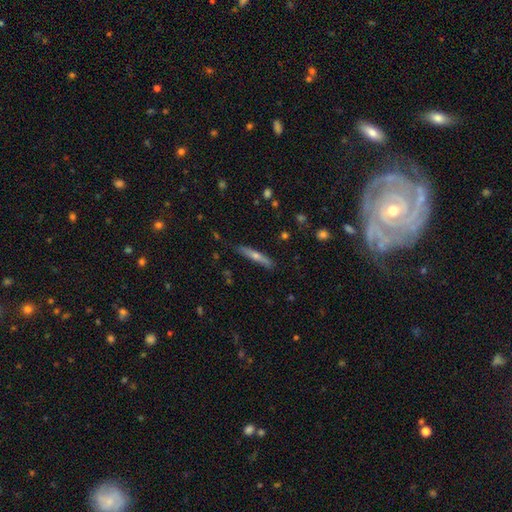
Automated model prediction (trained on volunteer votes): The model was most divided on "smooth or featured": featured or disk: 51%, smooth: 42%, star or artifact: 7%. More confident: edge-on disk — yes (93%); merging — none (84%).